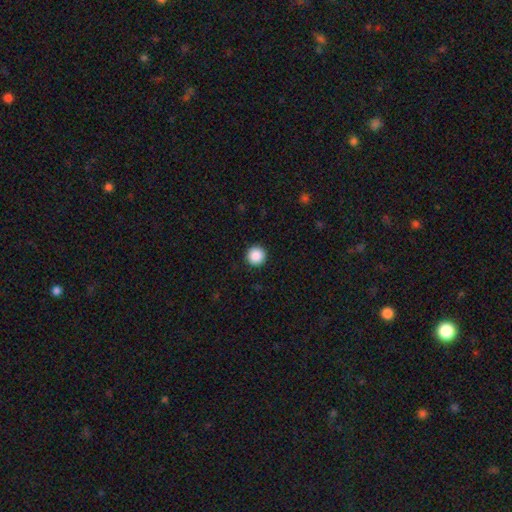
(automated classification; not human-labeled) Morphology: type=smooth (89%); roundness=round (97%); merging=none (93%).